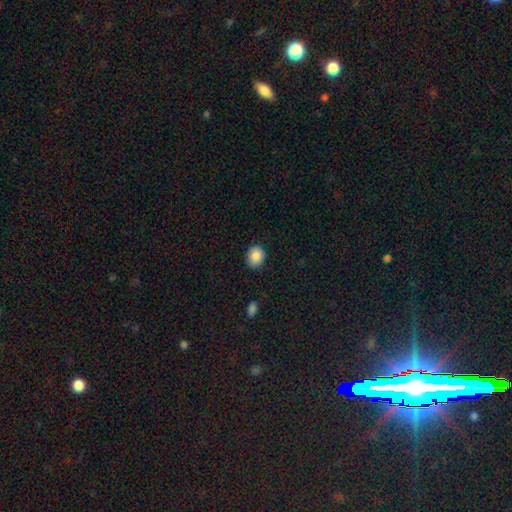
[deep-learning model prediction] Smooth or featured?
  - smooth: 87% *
  - star or artifact: 8%
  - featured or disk: 5%
How rounded?
  - round: 65% *
  - in between: 34%
  - cigar-shaped: 1%
Merging?
  - none: 82% *
  - minor disturbance: 14%
  - major disturbance: 3%
  - merger: 1%